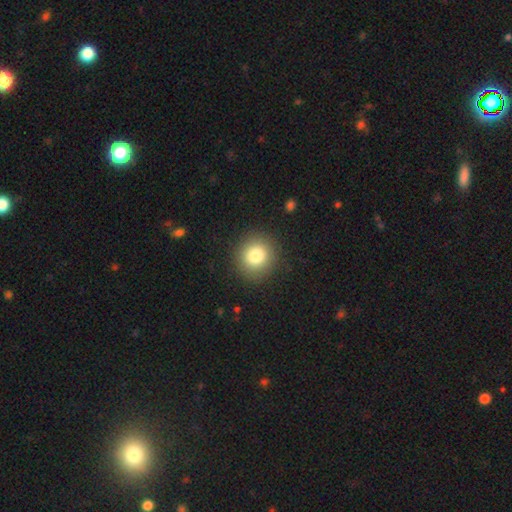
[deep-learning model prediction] smooth 81%, star or artifact 11%, featured or disk 9%. Down the decision tree: how rounded — round (91%); merging — none (90%).